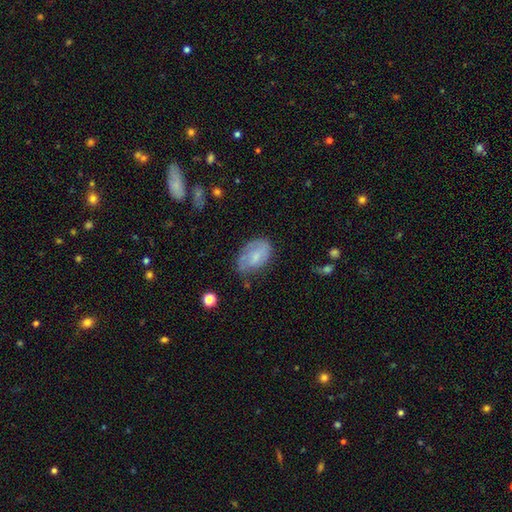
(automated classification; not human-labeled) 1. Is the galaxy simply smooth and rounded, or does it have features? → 51% smooth, 41% featured or disk, 8% star or artifact.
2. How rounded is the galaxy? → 89% in between, 10% round, 2% cigar-shaped.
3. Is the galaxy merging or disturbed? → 54% none, 31% minor disturbance, 12% major disturbance, 2% merger.